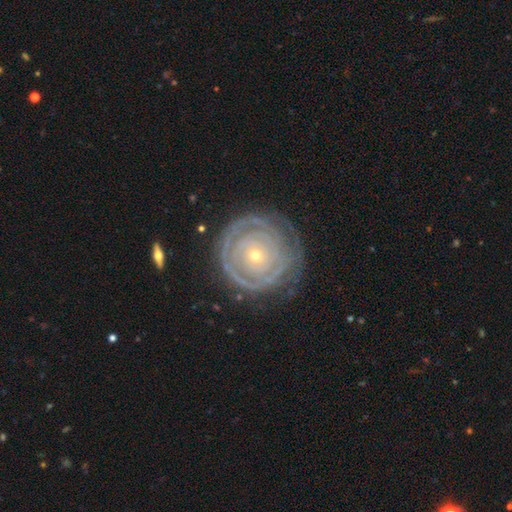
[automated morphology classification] type=featured or disk (80%); edge-on=no (97%); bar=no (87%); spiral arms=yes (80%); winding=tight (87%); arm count=can't tell (44%); bulge=small (76%); merging=none (76%).